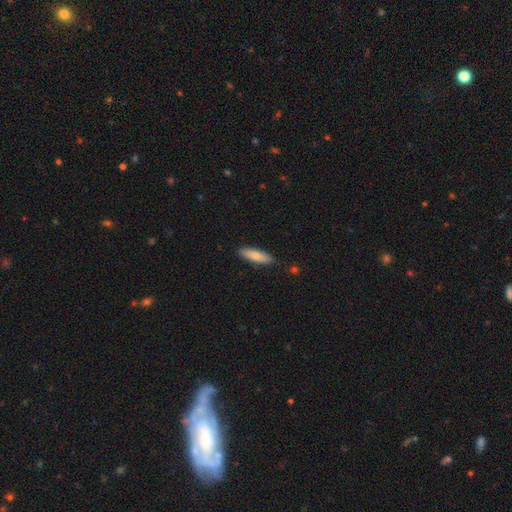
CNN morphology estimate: A smooth galaxy with no disk features (79%) that is cigar-shaped (57%).

Vote fractions:
- Smooth or featured? smooth: 79% / featured or disk: 15% / star or artifact: 6%
- How rounded? cigar-shaped: 57% / in between: 42% / round: 2%
- Merging? none: 88% / minor disturbance: 9% / major disturbance: 2% / merger: 1%